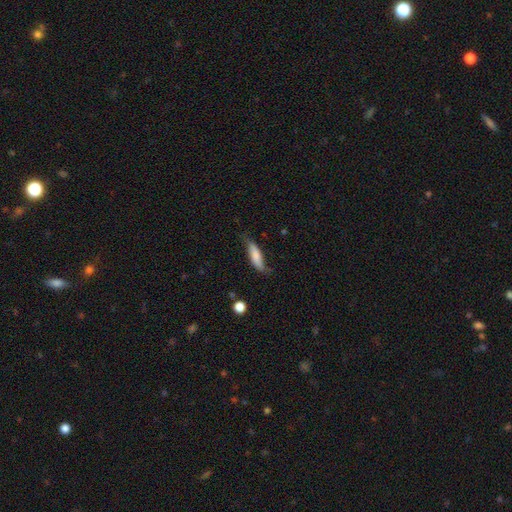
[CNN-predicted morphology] smooth-or-featured: smooth: 69% | featured or disk: 25% | star or artifact: 7%
  how-rounded: cigar-shaped: 53% | in between: 45% | round: 2%
  merging: none: 58% | minor disturbance: 31% | major disturbance: 9% | merger: 2%